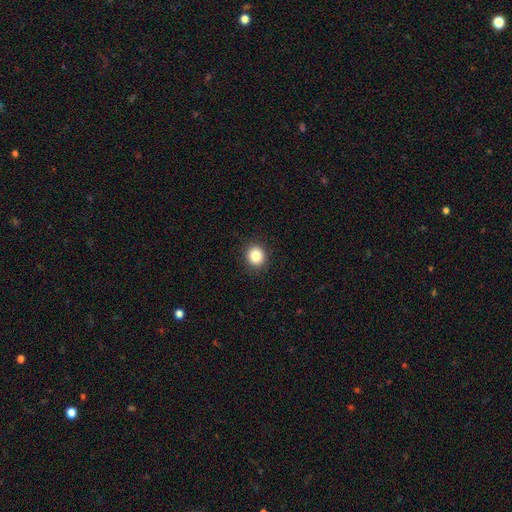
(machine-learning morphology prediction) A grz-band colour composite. It shows a smooth galaxy with no disk features (85%) that is round (83%). Merging: none (92%).